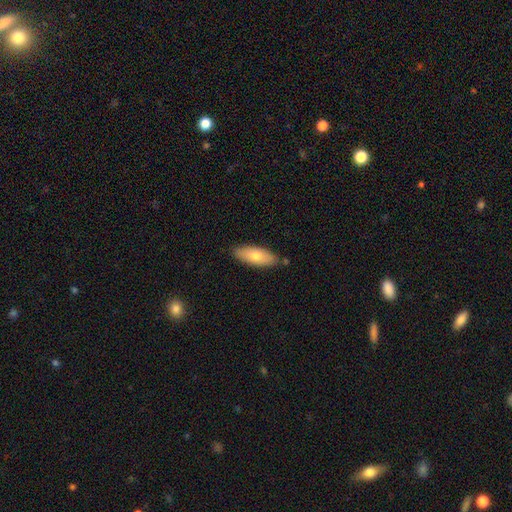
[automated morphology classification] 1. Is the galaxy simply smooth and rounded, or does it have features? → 70% smooth, 24% featured or disk, 6% star or artifact.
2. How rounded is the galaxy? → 74% in between, 23% cigar-shaped, 2% round.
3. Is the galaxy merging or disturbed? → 82% none, 13% minor disturbance, 3% merger, 2% major disturbance.